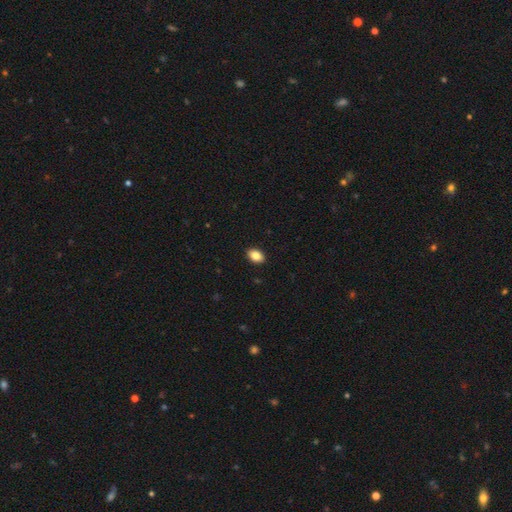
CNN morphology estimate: A smooth galaxy with no disk features (86%) that is in between round and cigar-shaped (86%).

Vote fractions:
- Smooth or featured? smooth: 86% / star or artifact: 8% / featured or disk: 7%
- How rounded? in between: 86% / round: 13% / cigar-shaped: 1%
- Merging? none: 91% / minor disturbance: 7% / major disturbance: 2% / merger: 1%